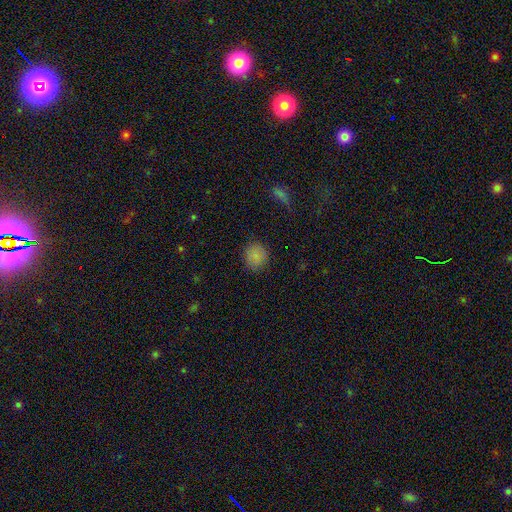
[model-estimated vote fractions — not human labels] Q: Smooth or featured?
A: smooth (81%); runner-up: star or artifact (13%)
Q: How rounded?
A: round (78%); runner-up: in between (21%)
Q: Merging?
A: none (84%); runner-up: minor disturbance (11%)